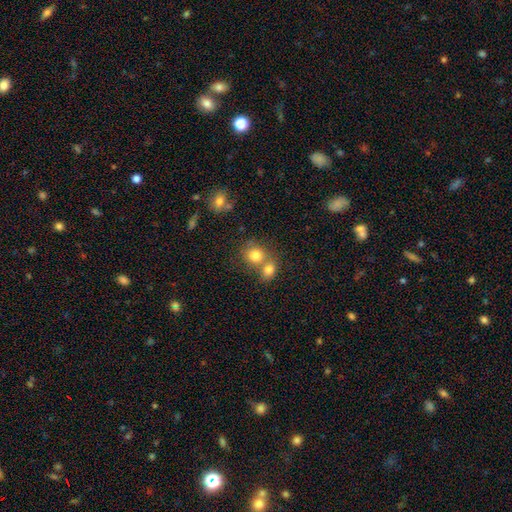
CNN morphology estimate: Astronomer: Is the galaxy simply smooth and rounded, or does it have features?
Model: smooth — 79%.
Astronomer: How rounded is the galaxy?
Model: round — 76%.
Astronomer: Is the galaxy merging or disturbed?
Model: merger — 50% (runner-up: none, 39%).